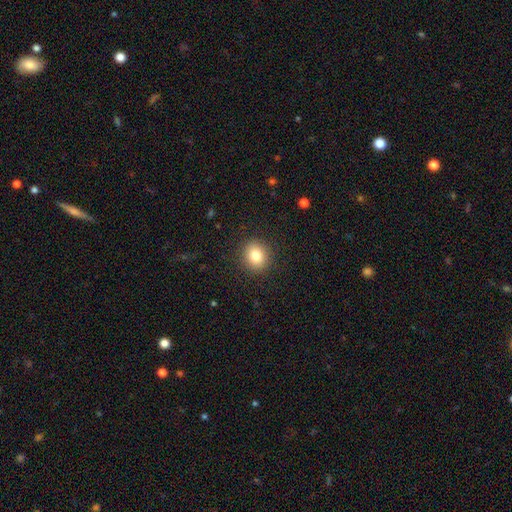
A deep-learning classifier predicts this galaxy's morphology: This appears to be a smooth galaxy with no disk features (82%) that is round (78%). Merging: none (90%).